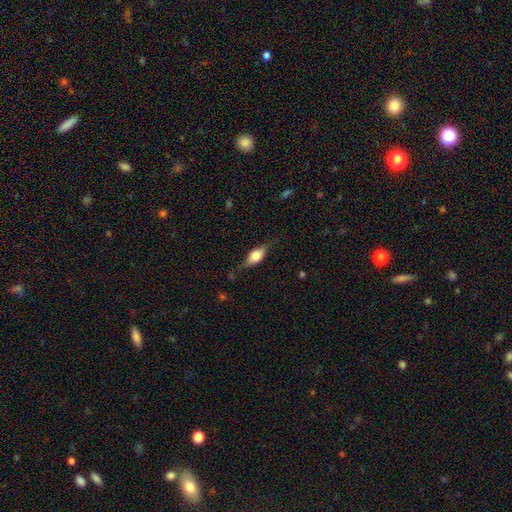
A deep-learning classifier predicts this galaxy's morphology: type=smooth (52%); roundness=in between (76%); merging=none (71%).